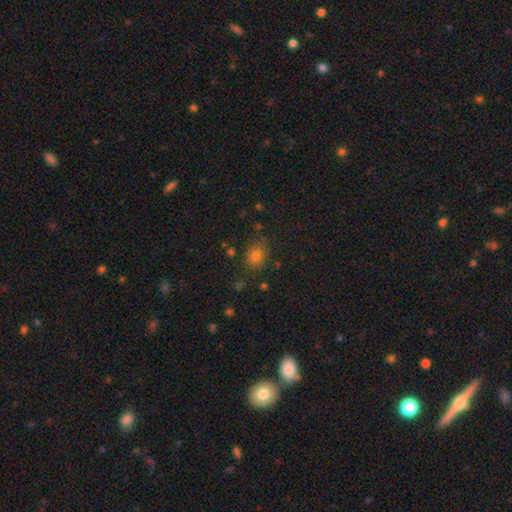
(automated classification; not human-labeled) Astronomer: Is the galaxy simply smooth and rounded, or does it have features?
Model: smooth — 75%.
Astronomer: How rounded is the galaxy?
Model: in between — 50% (runner-up: round, 49%).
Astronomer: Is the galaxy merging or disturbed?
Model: none — 79%.